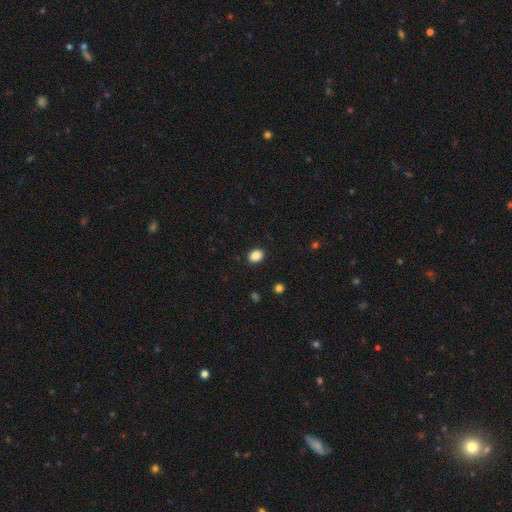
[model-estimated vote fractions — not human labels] Smooth or featured?
  - smooth: 87% *
  - star or artifact: 9%
  - featured or disk: 3%
How rounded?
  - in between: 52% *
  - round: 47%
  - cigar-shaped: 1%
Merging?
  - none: 90% *
  - minor disturbance: 7%
  - major disturbance: 2%
  - merger: 1%